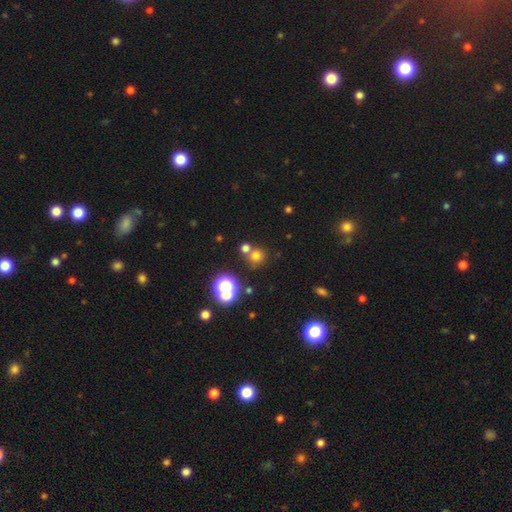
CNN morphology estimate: Smooth or featured: smooth — 66% (star or artifact — 25%)
How rounded: round — 89% (in between — 10%)
Merging: none — 64% (merger — 25%)